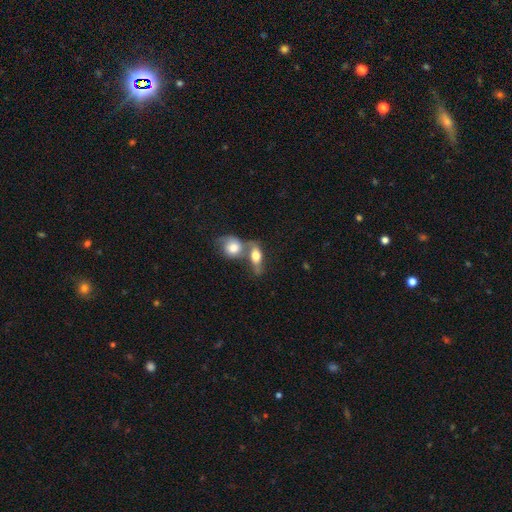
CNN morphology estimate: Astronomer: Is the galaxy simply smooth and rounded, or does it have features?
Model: smooth — 62%.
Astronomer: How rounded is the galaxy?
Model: in between — 70%.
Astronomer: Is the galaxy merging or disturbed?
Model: merger — 56%.